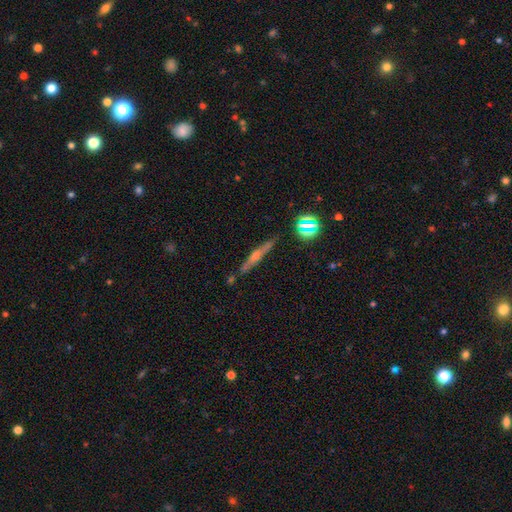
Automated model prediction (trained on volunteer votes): Overall: featured or disk (57%; smooth 27%). Edge-on disk: yes (94%). Edge-on bulge: rounded (78%). Merging: none (82%).